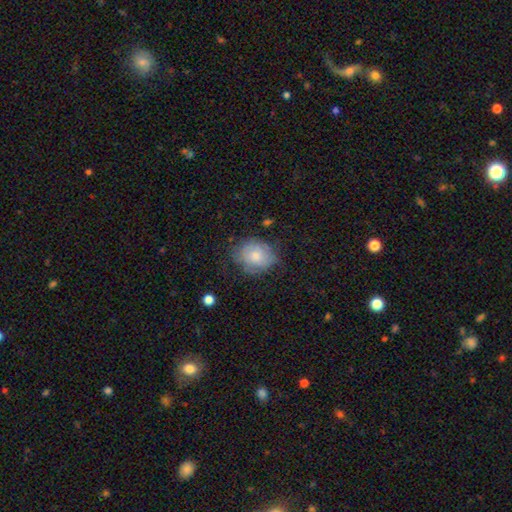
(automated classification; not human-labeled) Smooth or featured: smooth — 72% (featured or disk — 20%)
How rounded: round — 56% (in between — 44%)
Merging: none — 59% (minor disturbance — 28%)